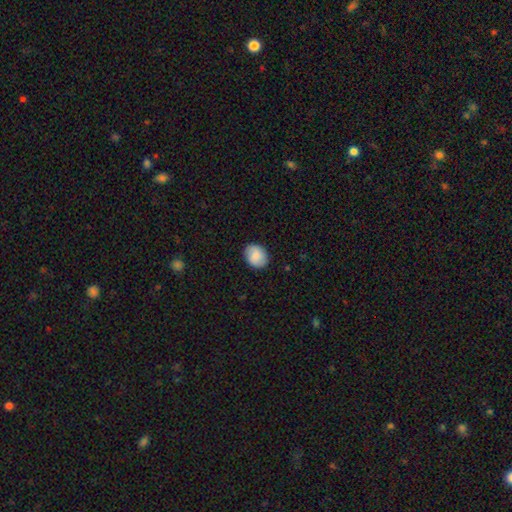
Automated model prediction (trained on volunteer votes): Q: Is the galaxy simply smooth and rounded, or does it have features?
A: smooth — 82%.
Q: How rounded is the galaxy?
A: round — 55%.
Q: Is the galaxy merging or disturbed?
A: none — 86%.